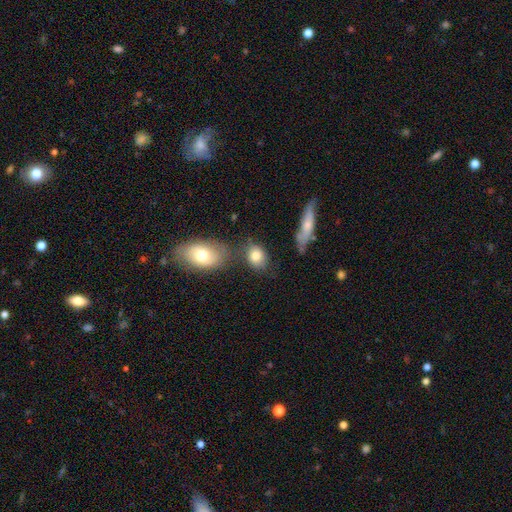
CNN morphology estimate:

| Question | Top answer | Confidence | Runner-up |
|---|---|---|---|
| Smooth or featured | smooth | 80% | featured or disk (11%) |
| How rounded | in between | 60% | round (38%) |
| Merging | none | 64% | minor disturbance (15%) |